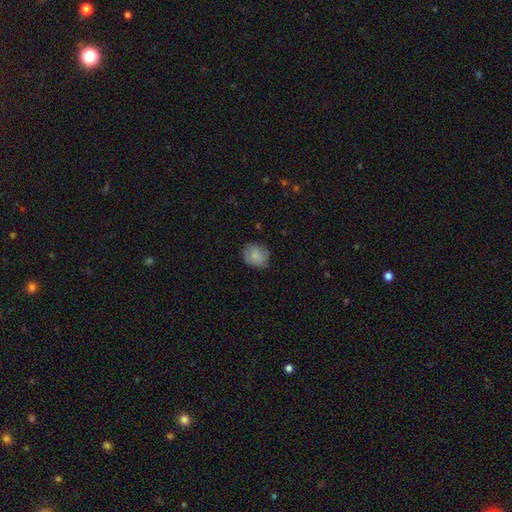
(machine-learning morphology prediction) smooth-or-featured: smooth: 84% | featured or disk: 9% | star or artifact: 7%
  how-rounded: round: 68% | in between: 31% | cigar-shaped: 1%
  merging: none: 71% | minor disturbance: 23% | major disturbance: 5% | merger: 1%